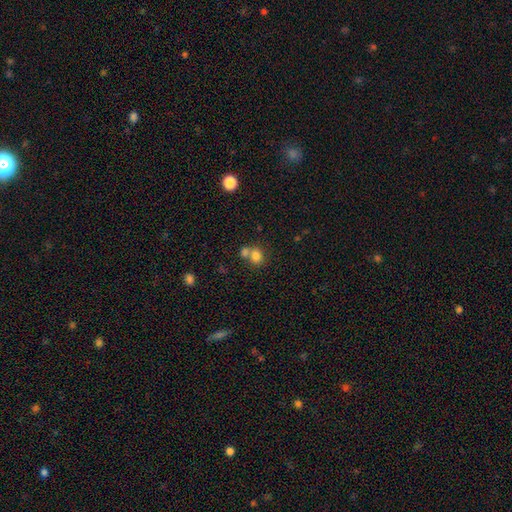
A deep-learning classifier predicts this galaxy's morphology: This is likely a smooth galaxy (79%). How rounded: likely round (60%). Merging: possibly merger (47%).